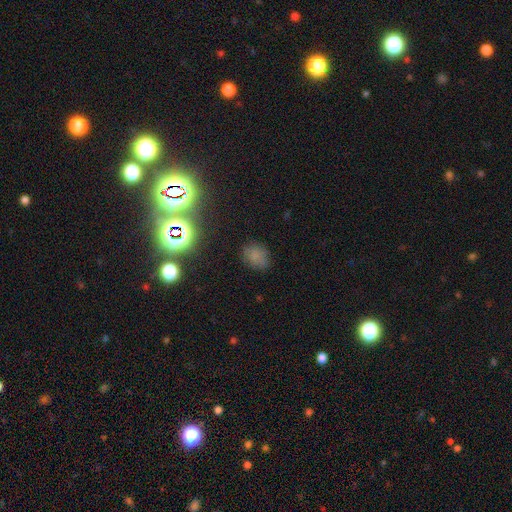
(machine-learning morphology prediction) Overall: smooth (70%). How rounded: in between (50%; round 49%). Merging: none (75%).